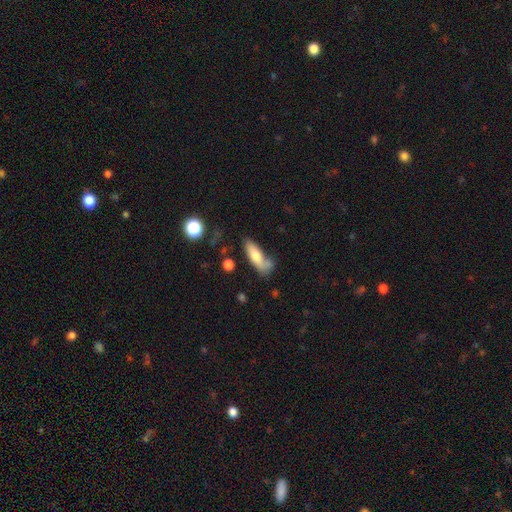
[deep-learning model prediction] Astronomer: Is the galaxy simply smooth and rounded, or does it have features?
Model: smooth — 71%.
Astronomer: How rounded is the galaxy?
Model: in between — 53% (runner-up: cigar-shaped, 44%).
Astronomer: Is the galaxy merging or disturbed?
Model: none — 48%.